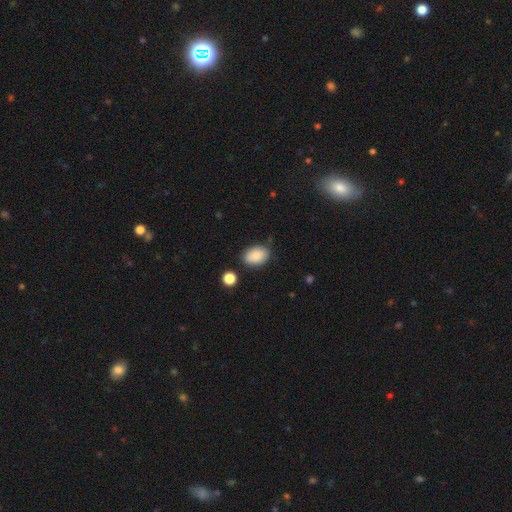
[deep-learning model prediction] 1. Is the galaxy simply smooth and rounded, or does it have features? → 88% smooth, 7% star or artifact, 5% featured or disk.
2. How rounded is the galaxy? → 84% in between, 15% round, 1% cigar-shaped.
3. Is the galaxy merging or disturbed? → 79% none, 14% minor disturbance, 3% merger, 3% major disturbance.